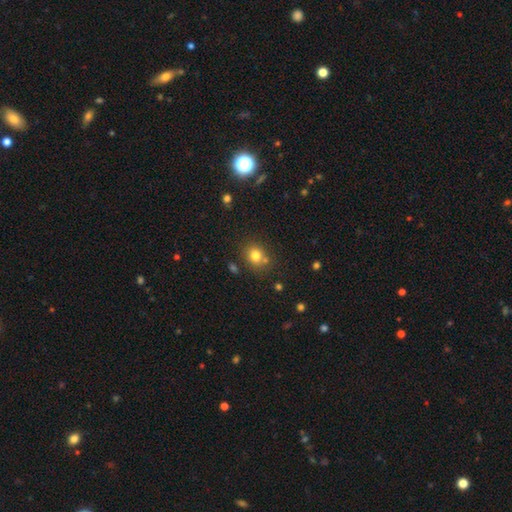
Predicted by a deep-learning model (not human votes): A smooth galaxy with no disk features (78%) that is round (72%).

Vote fractions:
- Smooth or featured? smooth: 78% / star or artifact: 14% / featured or disk: 9%
- How rounded? round: 72% / in between: 27% / cigar-shaped: 1%
- Merging? none: 69% / merger: 15% / minor disturbance: 12% / major disturbance: 4%